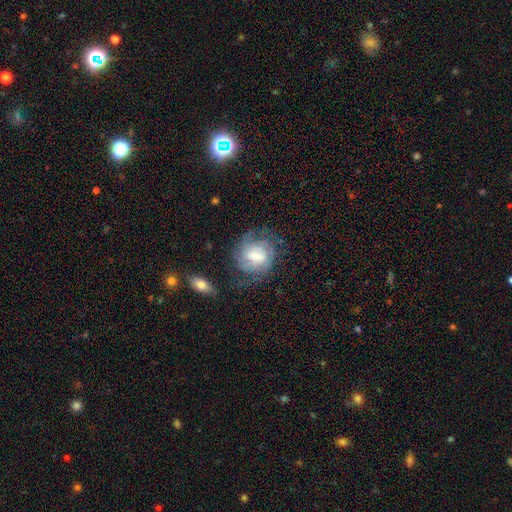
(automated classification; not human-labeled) Overall: featured or disk (63%; smooth 29%). Edge-on disk: no (97%). Bar: weak (54%; no 28%). Spiral arms: yes (83%). Spiral arm count: can't tell (43%; 2 31%). Spiral winding: tight (51%; medium 36%). Bulge size: moderate (39%; small 27%). Merging: none (55%; minor disturbance 23%).